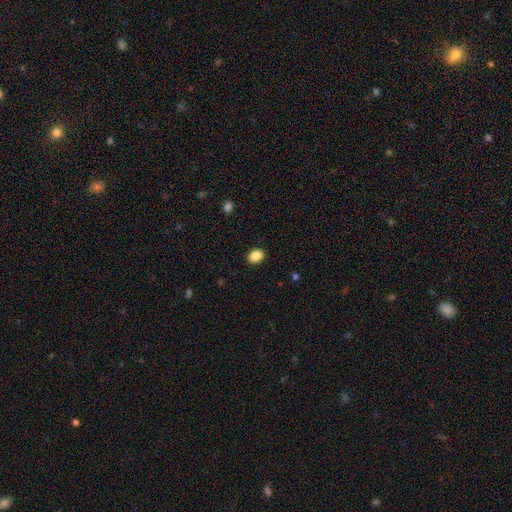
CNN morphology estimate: This is clearly a smooth galaxy (87%). How rounded: likely in between (64%). Merging: clearly none (90%).